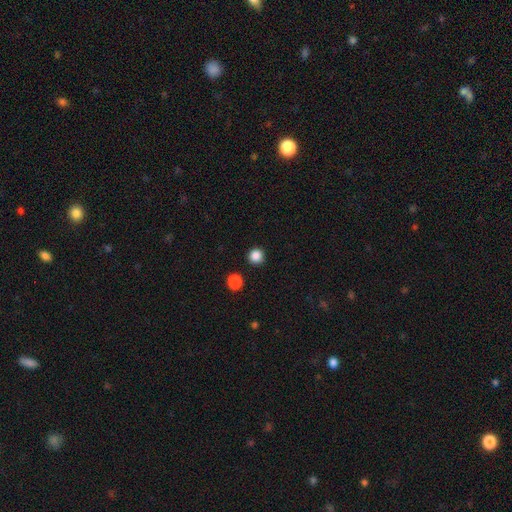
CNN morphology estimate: Q: Smooth or featured?
A: smooth (86%); runner-up: star or artifact (12%)
Q: How rounded?
A: round (95%); runner-up: in between (4%)
Q: Merging?
A: none (92%); runner-up: minor disturbance (5%)